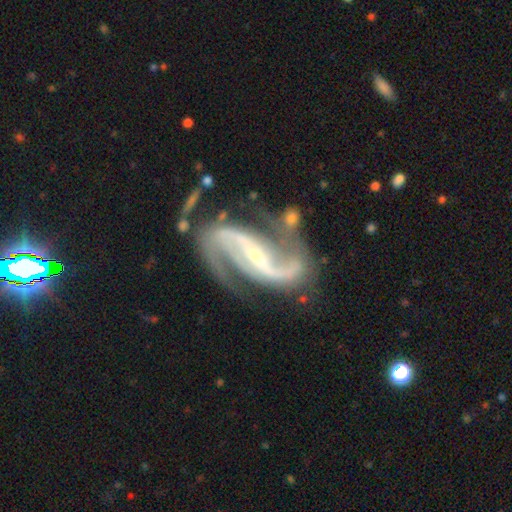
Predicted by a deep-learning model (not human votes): Overall: featured or disk (93%). Edge-on disk: no (97%). Bar: strong (58%; weak 29%). Spiral arms: yes (98%). Spiral arm count: 2 (91%). Spiral winding: medium (48%; loose 39%). Bulge size: small (70%). Merging: none (58%; minor disturbance 19%).